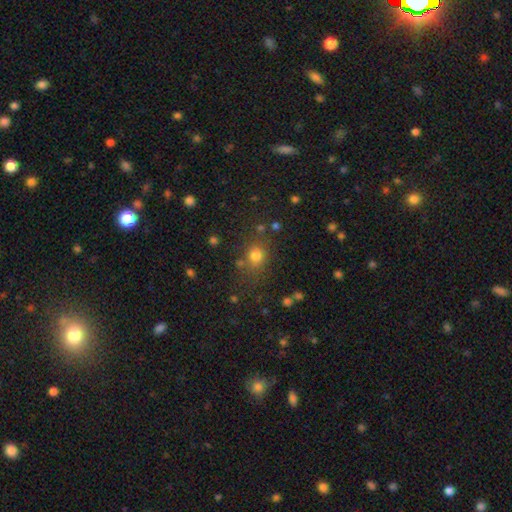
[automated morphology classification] This is likely a smooth galaxy (74%). How rounded: likely round (77%). Merging: likely none (75%).